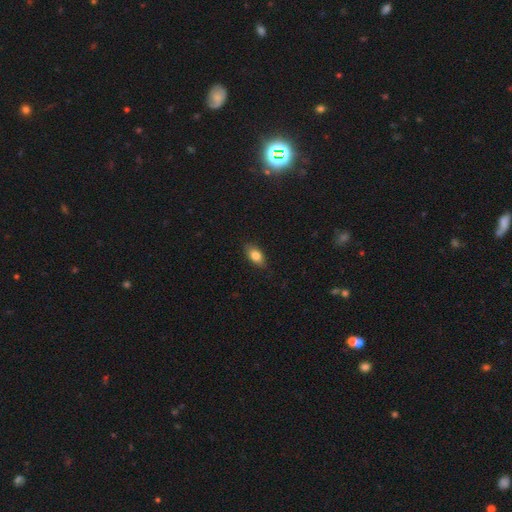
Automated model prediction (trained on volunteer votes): Smooth or featured: smooth — 81% (featured or disk — 11%)
How rounded: in between — 88% (round — 6%)
Merging: none — 86% (minor disturbance — 11%)